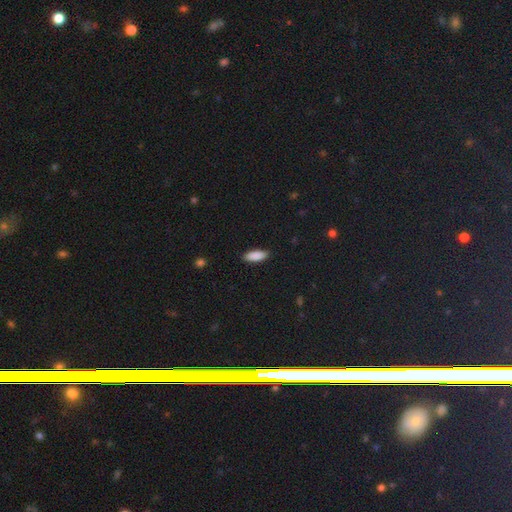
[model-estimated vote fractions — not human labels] A smooth galaxy with no disk features (89%) that is in between round and cigar-shaped (71%).

Vote fractions:
- Smooth or featured? smooth: 89% / star or artifact: 6% / featured or disk: 5%
- How rounded? in between: 71% / cigar-shaped: 27% / round: 2%
- Merging? none: 89% / minor disturbance: 8% / major disturbance: 2% / merger: 1%